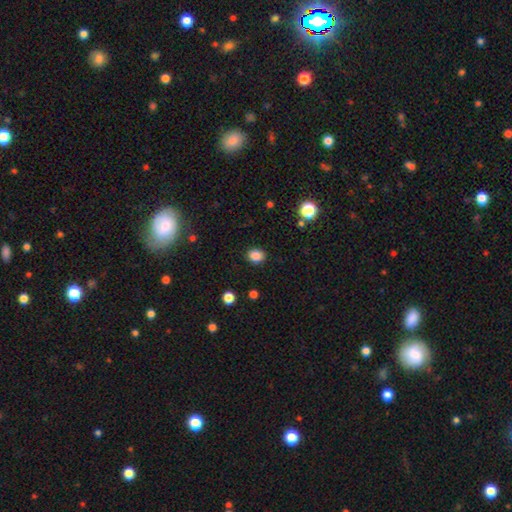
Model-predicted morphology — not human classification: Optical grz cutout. It shows a smooth galaxy with no disk features (85%) that is round (59%). Merging: none (89%).